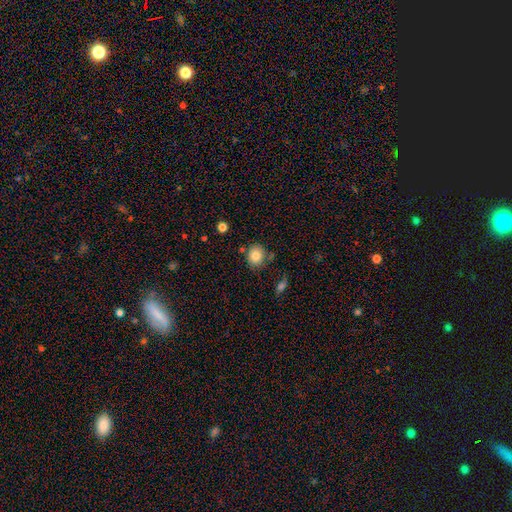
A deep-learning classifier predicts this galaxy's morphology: Smooth or featured: smooth — 83% (star or artifact — 9%)
How rounded: round — 70% (in between — 29%)
Merging: none — 76% (minor disturbance — 14%)